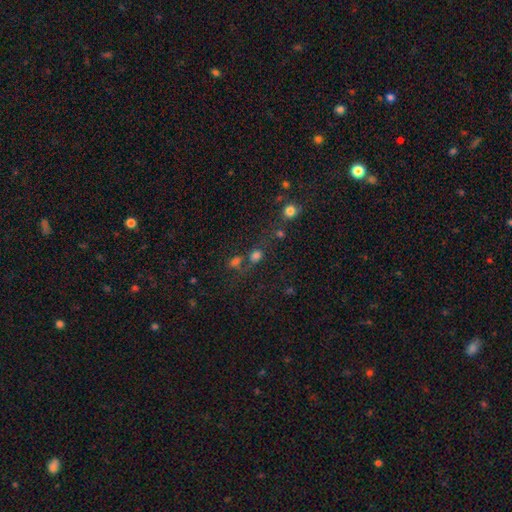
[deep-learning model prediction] smooth_or_featured: smooth (p=0.65) [alt: star or artifact p=0.25]
how_rounded: round (p=0.60) [alt: in between p=0.37]
merging: none (p=0.48) [alt: merger p=0.32]